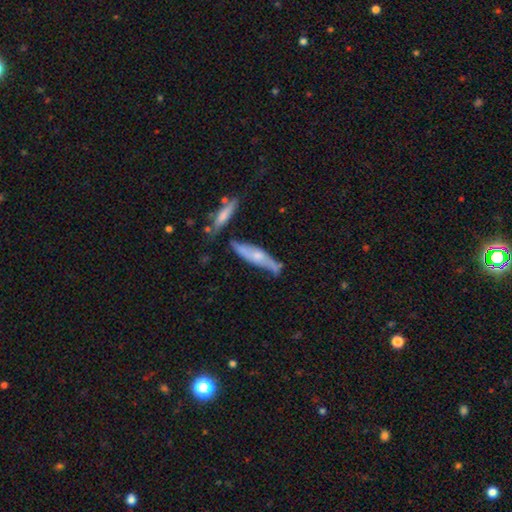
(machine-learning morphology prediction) smooth_or_featured: featured or disk (p=0.55) [alt: smooth p=0.39]
disk_edge_on: yes (p=0.61) [alt: no p=0.39]
merging: none (p=0.59) [alt: minor disturbance p=0.23]